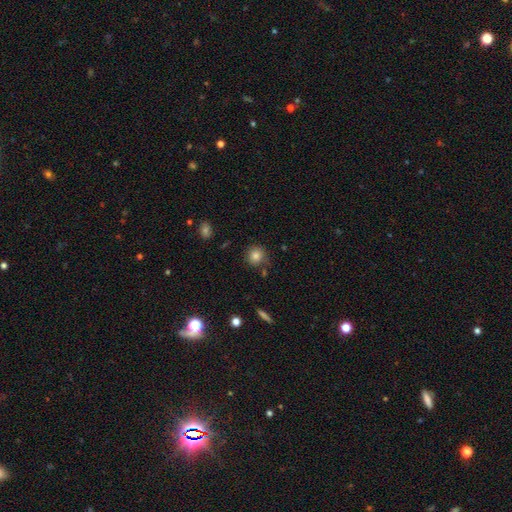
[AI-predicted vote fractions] smooth_or_featured: smooth (p=0.82) [alt: star or artifact p=0.11]
how_rounded: round (p=0.92) [alt: in between p=0.07]
merging: none (p=0.80) [alt: minor disturbance p=0.12]